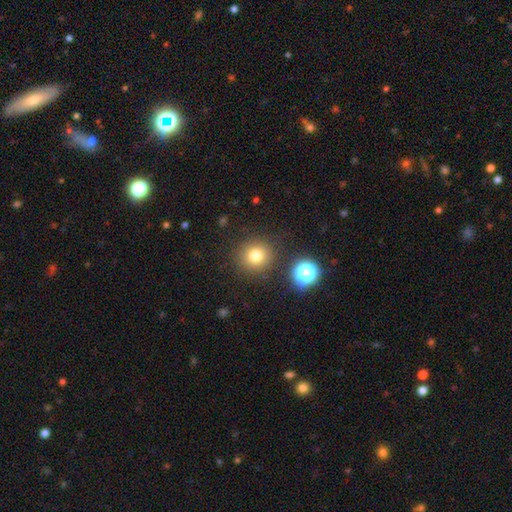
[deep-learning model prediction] Smooth or featured?
  - smooth: 78% *
  - star or artifact: 15%
  - featured or disk: 8%
How rounded?
  - round: 92% *
  - in between: 7%
  - cigar-shaped: 1%
Merging?
  - none: 86% *
  - minor disturbance: 7%
  - merger: 3%
  - major disturbance: 3%